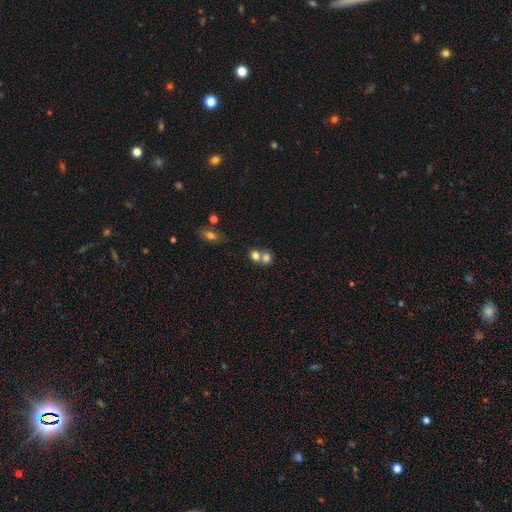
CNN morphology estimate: type=smooth (77%); roundness=round (69%); merging=merger (57%).